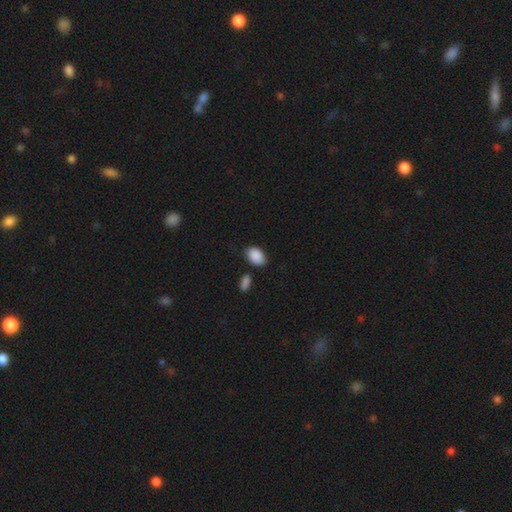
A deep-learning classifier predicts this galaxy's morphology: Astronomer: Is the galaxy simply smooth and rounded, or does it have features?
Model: smooth — 90%.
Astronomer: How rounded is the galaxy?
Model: in between — 87%.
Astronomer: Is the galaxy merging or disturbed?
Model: none — 77%.